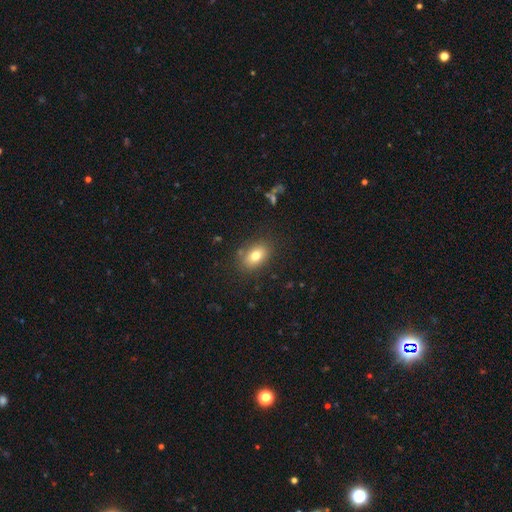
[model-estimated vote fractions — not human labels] Q: Smooth or featured?
A: smooth (78%); runner-up: featured or disk (13%)
Q: How rounded?
A: in between (81%); runner-up: round (17%)
Q: Merging?
A: none (82%); runner-up: minor disturbance (12%)